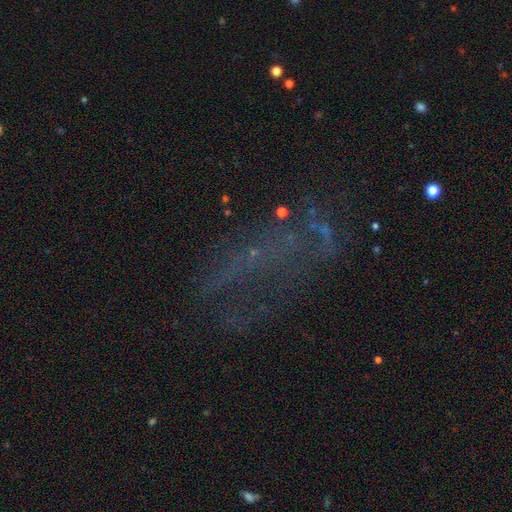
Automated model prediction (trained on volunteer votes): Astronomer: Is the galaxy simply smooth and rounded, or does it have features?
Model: featured or disk — 46% (runner-up: star or artifact, 34%).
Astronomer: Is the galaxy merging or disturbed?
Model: none — 45% (runner-up: major disturbance, 34%).